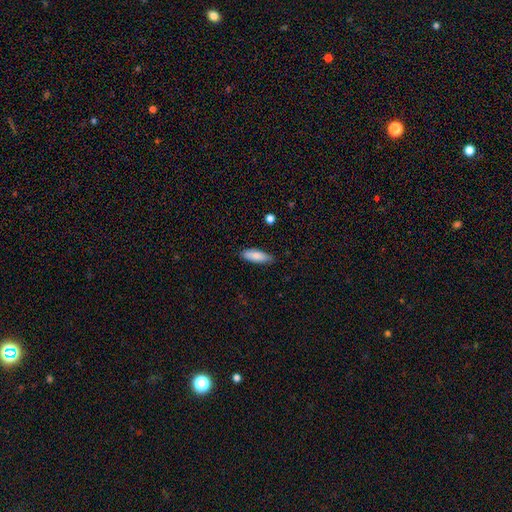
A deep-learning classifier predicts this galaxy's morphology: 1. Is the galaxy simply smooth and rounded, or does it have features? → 85% smooth, 9% featured or disk, 6% star or artifact.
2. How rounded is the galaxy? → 59% in between, 39% cigar-shaped, 2% round.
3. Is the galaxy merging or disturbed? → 83% none, 14% minor disturbance, 2% major disturbance, 1% merger.